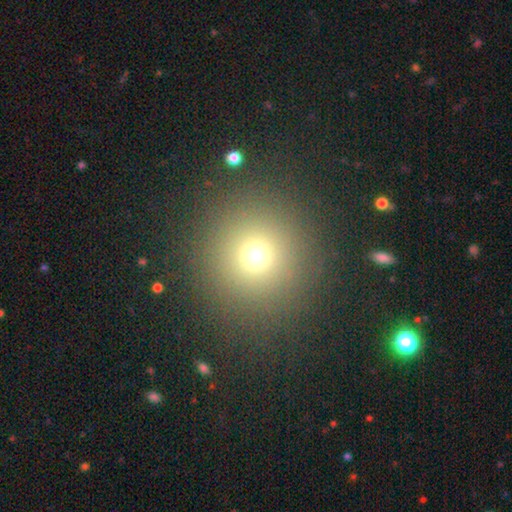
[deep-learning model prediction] The model was most divided on "smooth or featured": smooth: 71%, star or artifact: 22%, featured or disk: 8%. More confident: how rounded — round (95%); merging — none (90%).